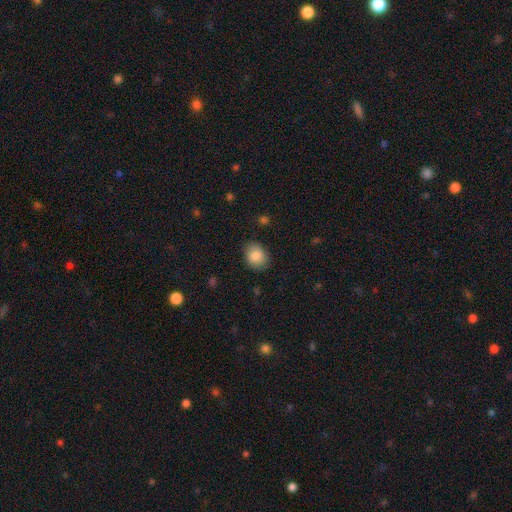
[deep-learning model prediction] Q: Smooth or featured?
A: smooth (87%); runner-up: star or artifact (8%)
Q: How rounded?
A: in between (54%); runner-up: round (45%)
Q: Merging?
A: none (82%); runner-up: minor disturbance (13%)